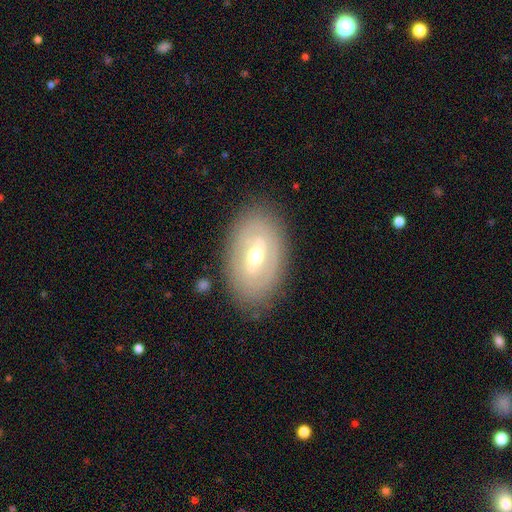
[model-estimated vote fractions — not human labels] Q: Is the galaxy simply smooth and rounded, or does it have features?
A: featured or disk — 68%.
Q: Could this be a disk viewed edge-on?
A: no — 90%.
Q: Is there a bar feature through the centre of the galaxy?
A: weak — 43%.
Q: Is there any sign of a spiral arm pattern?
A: no — 54%.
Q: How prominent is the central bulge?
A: moderate — 62%.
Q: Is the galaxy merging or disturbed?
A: none — 84%.